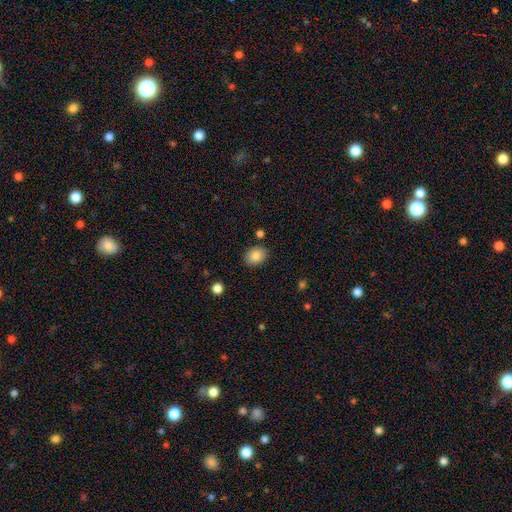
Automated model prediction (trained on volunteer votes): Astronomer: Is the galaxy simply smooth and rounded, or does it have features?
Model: smooth — 84%.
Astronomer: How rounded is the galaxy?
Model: in between — 55% (runner-up: round, 44%).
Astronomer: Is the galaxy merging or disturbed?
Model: none — 85%.